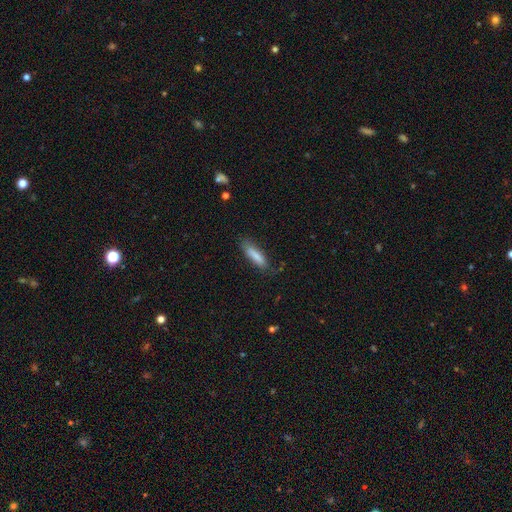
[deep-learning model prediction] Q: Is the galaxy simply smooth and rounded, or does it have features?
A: smooth — 81%.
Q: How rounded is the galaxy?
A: cigar-shaped — 68%.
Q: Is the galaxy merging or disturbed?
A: none — 75%.